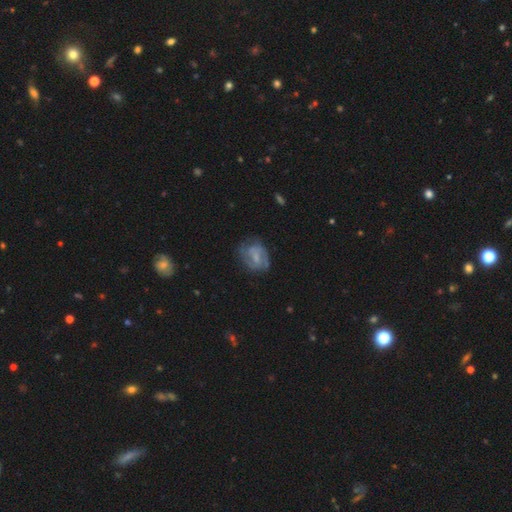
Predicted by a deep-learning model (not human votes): Smooth or featured? Predicted: featured or disk (p=0.62). Edge-on disk? Predicted: no (p=0.97). Bar? Predicted: weak (p=0.51). Spiral arms? Predicted: yes (p=0.76). Bulge size? Predicted: small (p=0.38). Merging? Predicted: none (p=0.58).